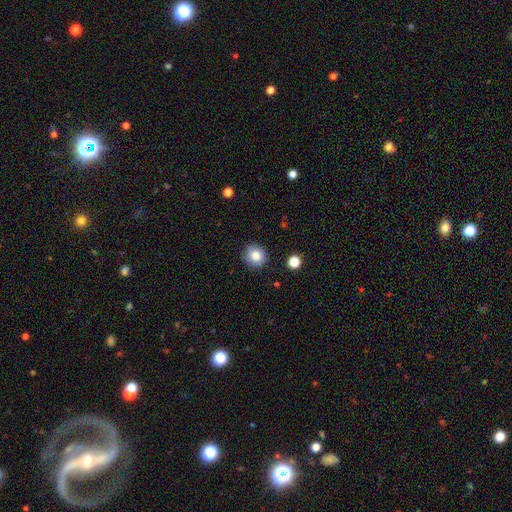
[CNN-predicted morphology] Smooth or featured: smooth — 83% (star or artifact — 10%)
How rounded: round — 91% (in between — 8%)
Merging: none — 90% (minor disturbance — 7%)